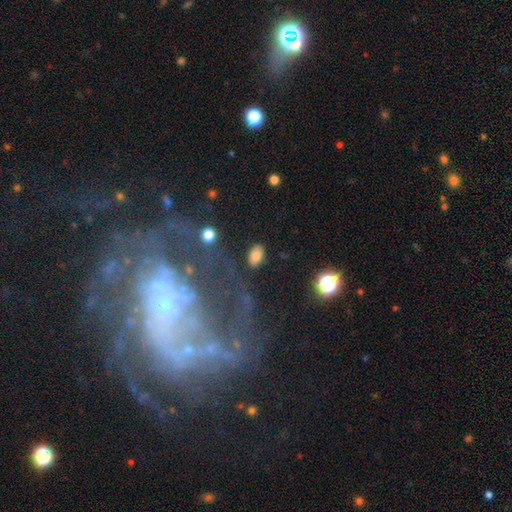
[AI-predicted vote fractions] Overall: smooth (82%). How rounded: in between (91%). Merging: none (84%).